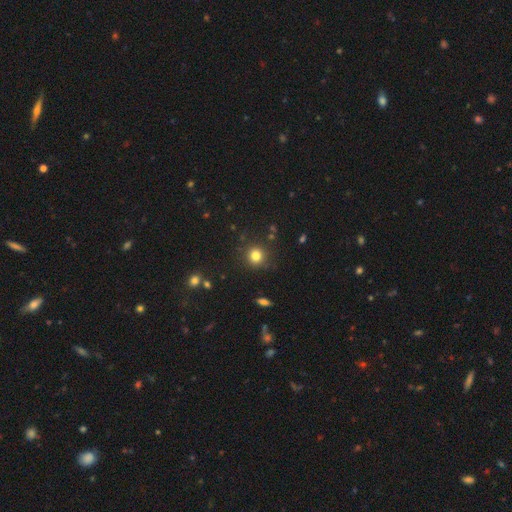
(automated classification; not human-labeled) A smooth galaxy with no disk features (81%) that is round (91%).

Vote fractions:
- Smooth or featured? smooth: 81% / star or artifact: 13% / featured or disk: 6%
- How rounded? round: 91% / in between: 8% / cigar-shaped: 1%
- Merging? none: 86% / minor disturbance: 8% / major disturbance: 3% / merger: 2%